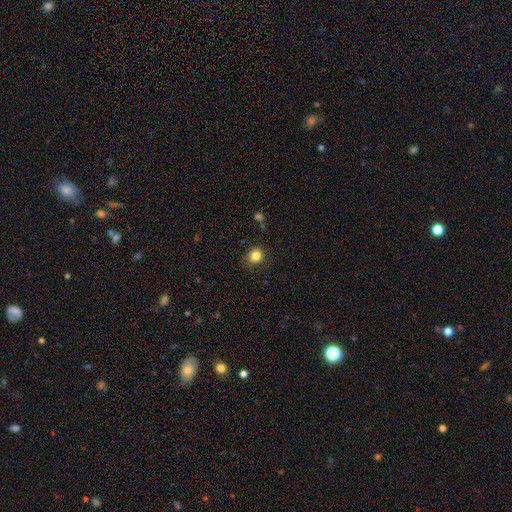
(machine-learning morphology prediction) smooth_or_featured: smooth (p=0.83) [alt: star or artifact p=0.12]
how_rounded: round (p=0.79) [alt: in between p=0.20]
merging: none (p=0.83) [alt: minor disturbance p=0.12]